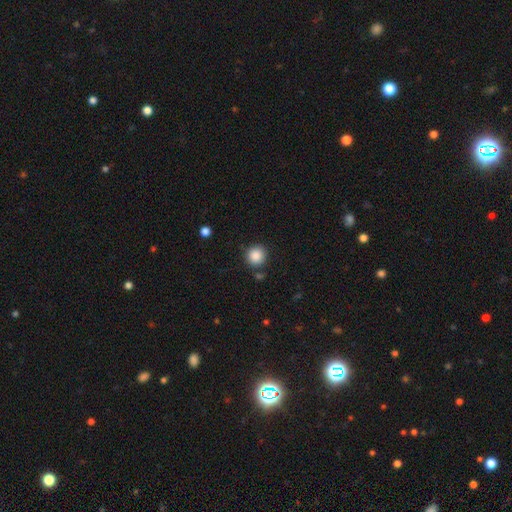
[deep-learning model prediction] A smooth galaxy with no disk features (87%) that is round (92%). Merging: none (83%).